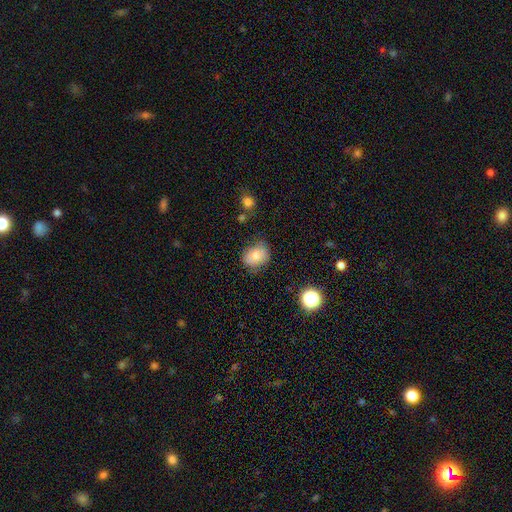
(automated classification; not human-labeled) smooth 74%, featured or disk 16%, star or artifact 10%. Down the decision tree: how rounded — in between (51%); merging — none (74%).